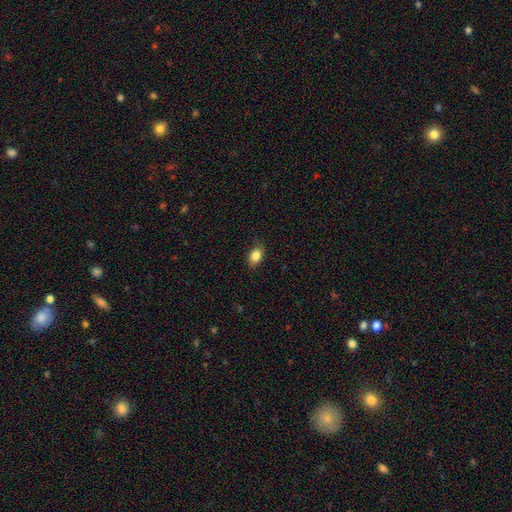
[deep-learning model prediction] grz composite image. It shows a smooth galaxy with no disk features (85%) that is in between round and cigar-shaped (79%). Merging: none (83%).